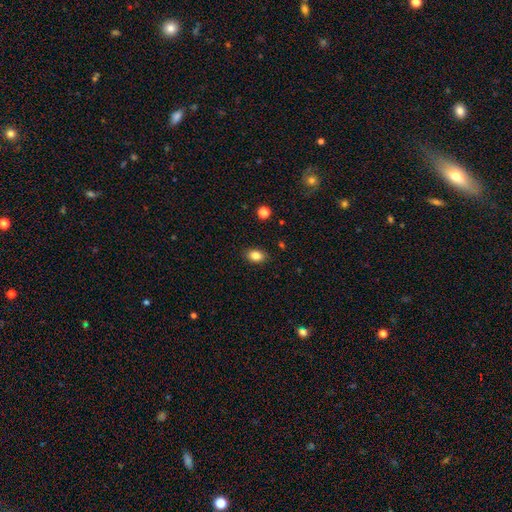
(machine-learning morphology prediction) smooth 84%, star or artifact 10%, featured or disk 6%. Down the decision tree: how rounded — in between (79%); merging — none (88%).